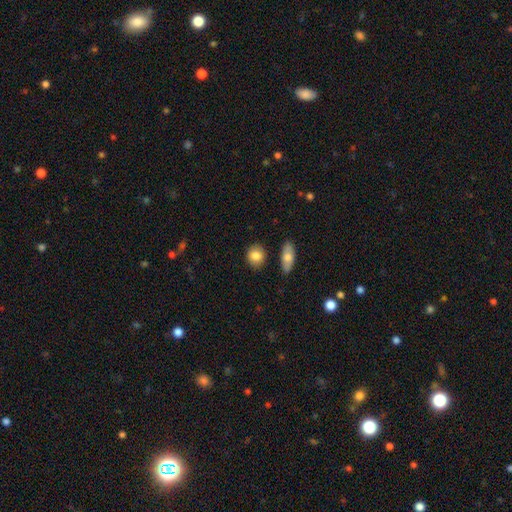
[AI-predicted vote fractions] Q: Smooth or featured?
A: smooth (84%); runner-up: featured or disk (9%)
Q: How rounded?
A: round (63%); runner-up: in between (35%)
Q: Merging?
A: none (83%); runner-up: minor disturbance (10%)